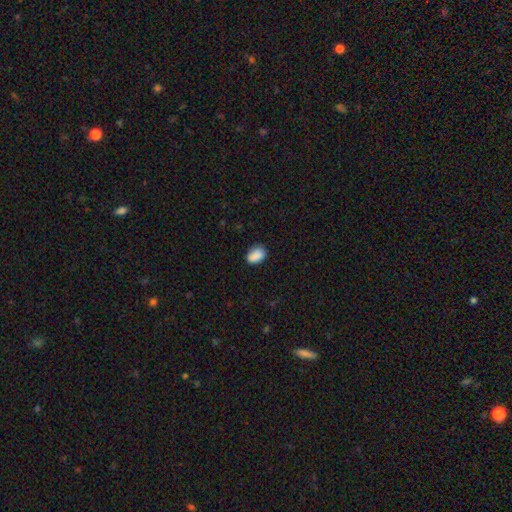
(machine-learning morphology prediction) Smooth or featured: smooth — 88% (star or artifact — 8%)
How rounded: in between — 82% (round — 16%)
Merging: none — 79% (minor disturbance — 17%)